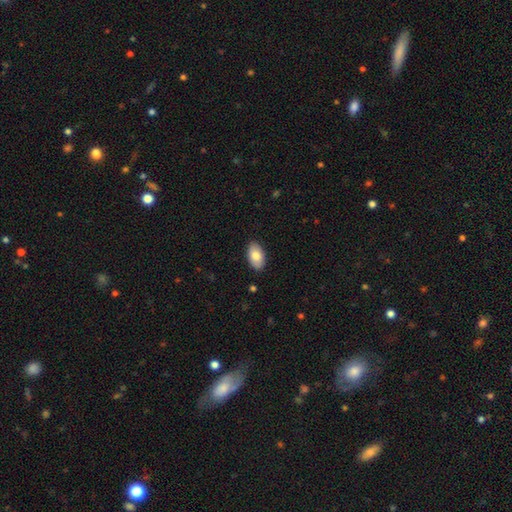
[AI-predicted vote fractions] smooth 80%, featured or disk 14%, star or artifact 6%. Down the decision tree: how rounded — in between (95%); merging — none (88%).